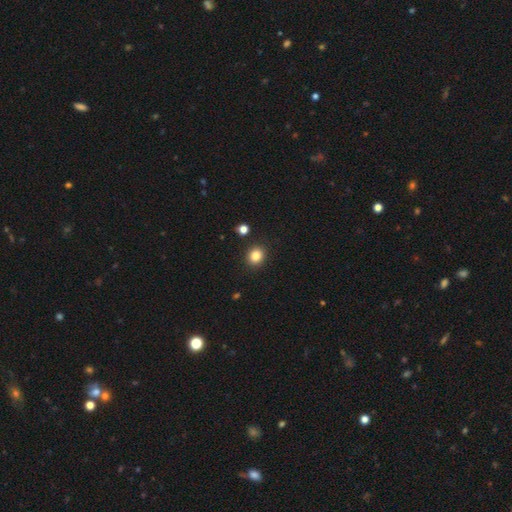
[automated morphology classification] Q: Smooth or featured?
A: smooth (84%); runner-up: star or artifact (11%)
Q: How rounded?
A: round (77%); runner-up: in between (23%)
Q: Merging?
A: none (89%); runner-up: minor disturbance (7%)